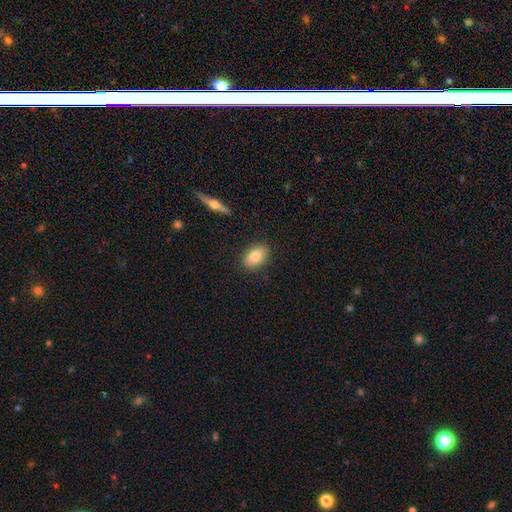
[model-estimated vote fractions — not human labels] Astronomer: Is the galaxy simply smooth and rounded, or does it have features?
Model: smooth — 80%.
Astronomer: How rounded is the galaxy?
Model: in between — 88%.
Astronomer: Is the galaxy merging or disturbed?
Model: none — 86%.